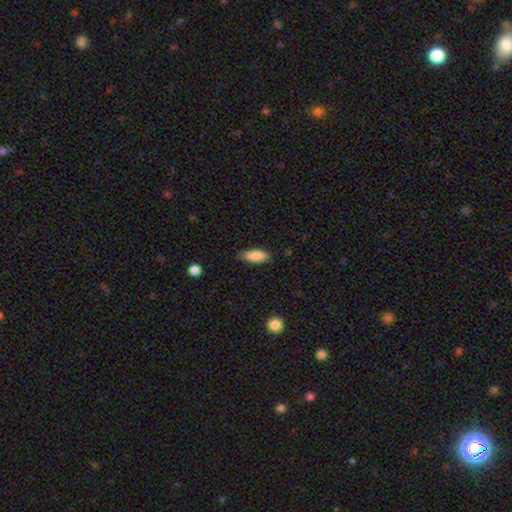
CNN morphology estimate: Q: Smooth or featured?
A: smooth (87%); runner-up: featured or disk (7%)
Q: How rounded?
A: in between (81%); runner-up: cigar-shaped (17%)
Q: Merging?
A: none (73%); runner-up: minor disturbance (22%)